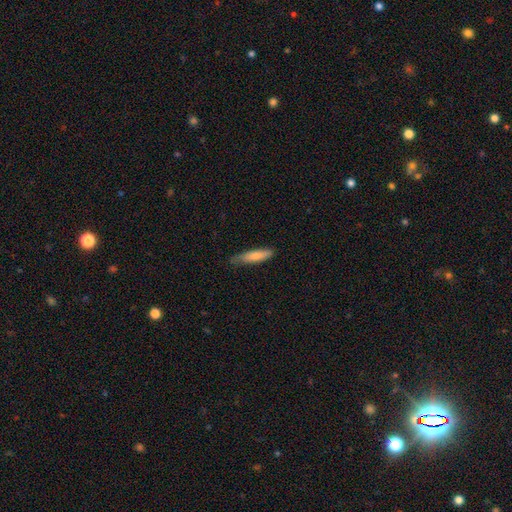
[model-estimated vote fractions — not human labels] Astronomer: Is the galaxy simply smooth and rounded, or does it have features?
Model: smooth — 79%.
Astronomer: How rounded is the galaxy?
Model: cigar-shaped — 77%.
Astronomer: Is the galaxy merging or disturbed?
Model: none — 67%.